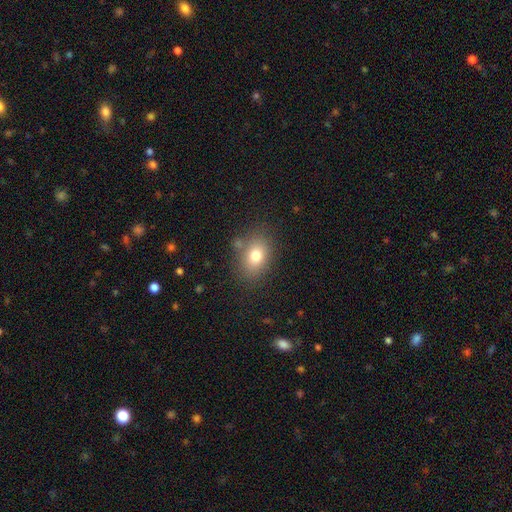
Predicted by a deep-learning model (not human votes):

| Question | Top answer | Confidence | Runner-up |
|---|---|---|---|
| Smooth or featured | smooth | 77% | featured or disk (12%) |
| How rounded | in between | 69% | round (29%) |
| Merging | none | 77% | minor disturbance (14%) |